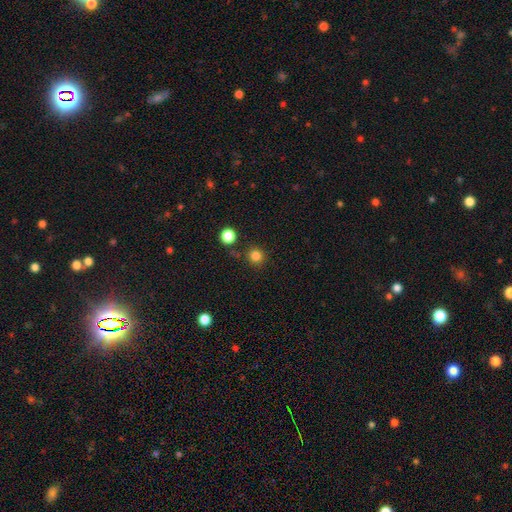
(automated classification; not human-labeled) The model was most divided on "smooth or featured": smooth: 82%, star or artifact: 14%, featured or disk: 4%. More confident: how rounded — round (93%); merging — none (85%).